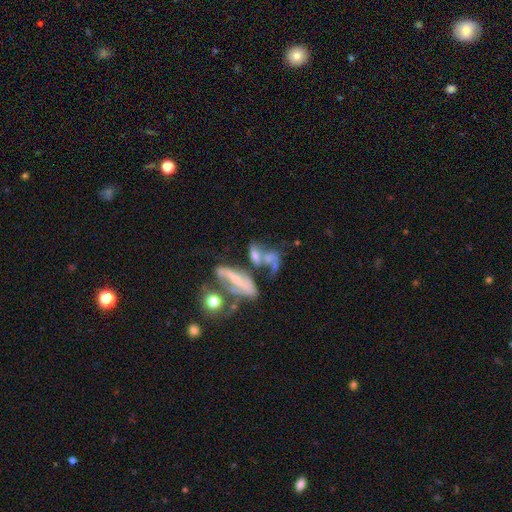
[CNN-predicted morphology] The model was most divided on "smooth or featured": featured or disk: 46%, smooth: 41%, star or artifact: 13%. More confident: merging — merger (51%).